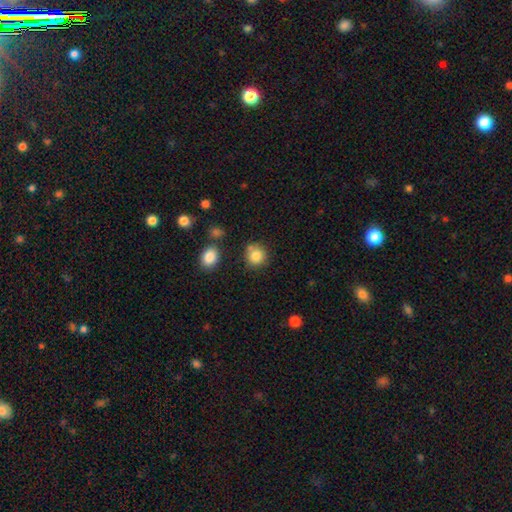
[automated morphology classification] Q: Smooth or featured?
A: smooth (83%); runner-up: star or artifact (10%)
Q: How rounded?
A: round (88%); runner-up: in between (11%)
Q: Merging?
A: none (72%); runner-up: minor disturbance (15%)